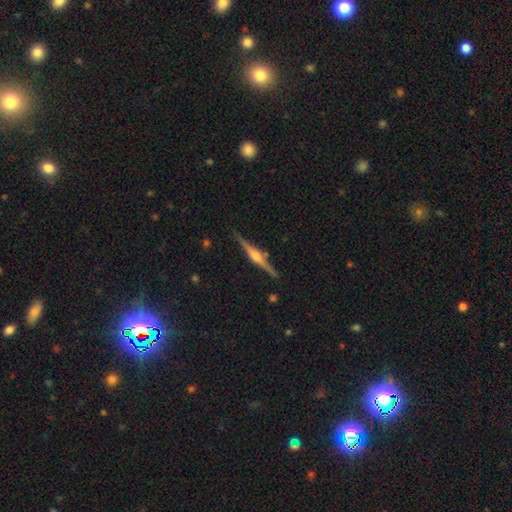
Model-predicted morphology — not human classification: Q: Smooth or featured?
A: featured or disk (83%); runner-up: smooth (11%)
Q: Edge-on disk?
A: yes (98%); runner-up: no (2%)
Q: Edge-on bulge?
A: rounded (86%); runner-up: boxy (11%)
Q: Merging?
A: none (89%); runner-up: minor disturbance (7%)